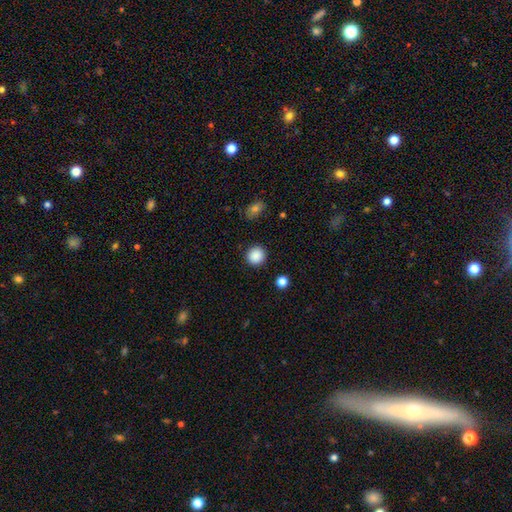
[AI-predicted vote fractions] Smooth or featured? smooth (88%)
How rounded? round (93%)
Merging? none (91%)